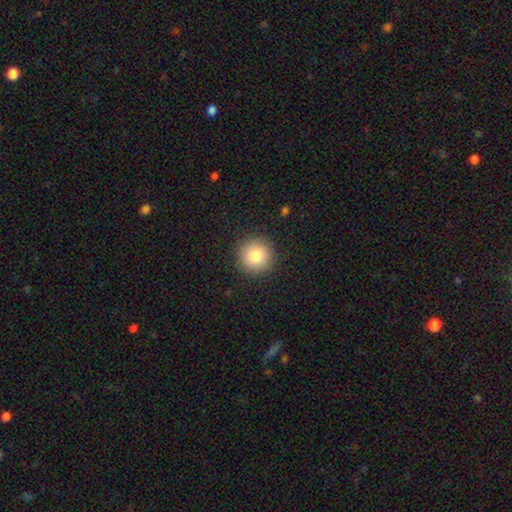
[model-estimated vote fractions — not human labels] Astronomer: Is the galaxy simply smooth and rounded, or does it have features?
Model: smooth — 84%.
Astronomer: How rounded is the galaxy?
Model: round — 95%.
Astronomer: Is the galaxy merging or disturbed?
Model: none — 91%.